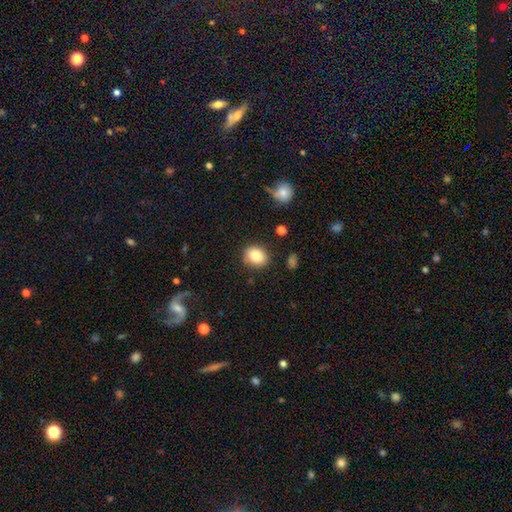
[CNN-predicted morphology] smooth-or-featured: smooth: 85% | star or artifact: 9% | featured or disk: 7%
  how-rounded: in between: 55% | round: 44% | cigar-shaped: 1%
  merging: none: 84% | minor disturbance: 11% | major disturbance: 3% | merger: 2%